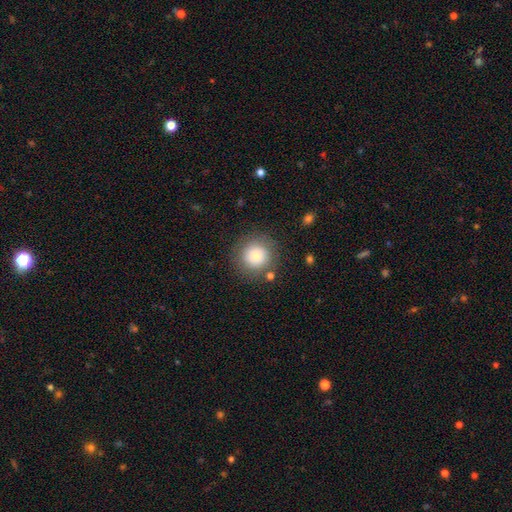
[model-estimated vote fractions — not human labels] Smooth or featured? Predicted: smooth (p=0.79). How rounded? Predicted: round (p=0.94). Merging? Predicted: none (p=0.84).